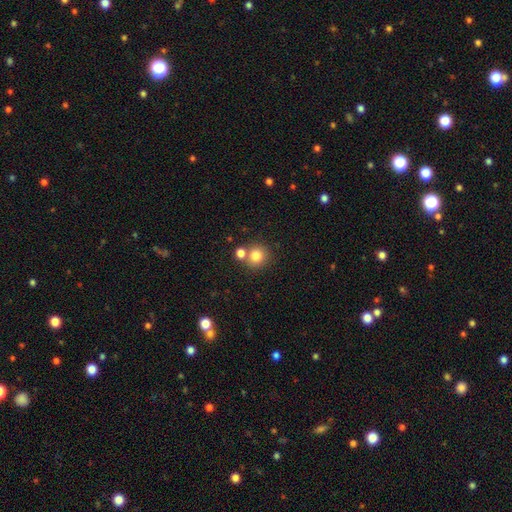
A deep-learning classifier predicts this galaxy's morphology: Smooth or featured? Predicted: smooth (p=0.80). How rounded? Predicted: round (p=0.90). Merging? Predicted: none (p=0.66).